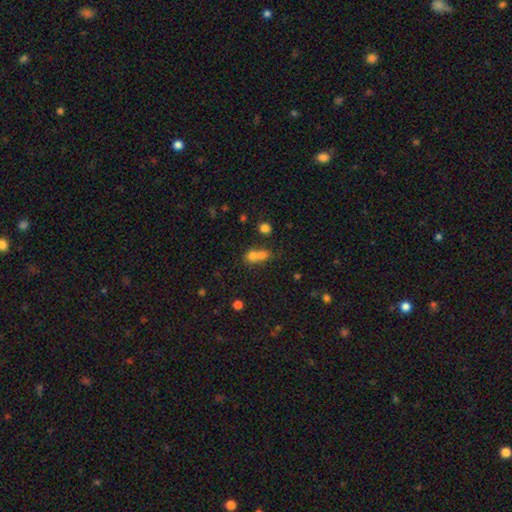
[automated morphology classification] smooth_or_featured: smooth (p=0.72) [alt: star or artifact p=0.15]
how_rounded: round (p=0.61) [alt: in between p=0.37]
merging: merger (p=0.63) [alt: none p=0.27]